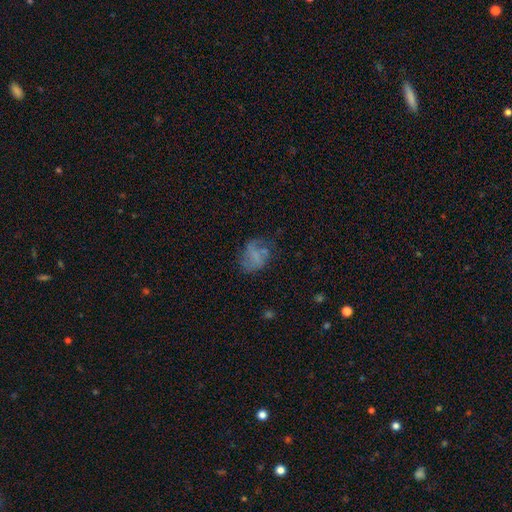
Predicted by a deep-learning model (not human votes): smooth 45%, featured or disk 42%, star or artifact 13%. Down the decision tree: merging — none (48%).